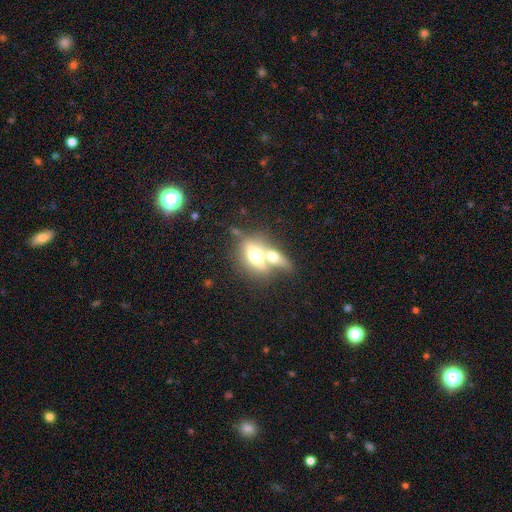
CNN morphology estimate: The model was most divided on "smooth or featured": smooth: 54%, featured or disk: 38%, star or artifact: 9%. More confident: how rounded — in between (69%); merging — merger (62%).